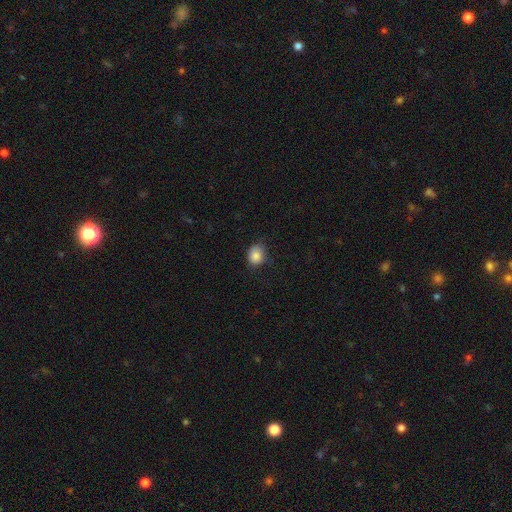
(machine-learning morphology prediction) smooth 85%, star or artifact 10%, featured or disk 5%. Down the decision tree: how rounded — round (58%); merging — none (75%).